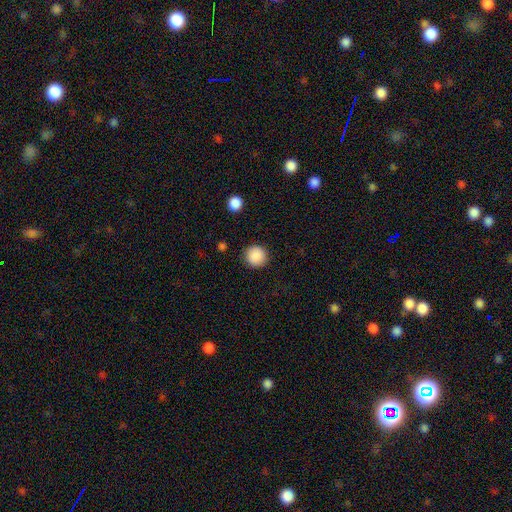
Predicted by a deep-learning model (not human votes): smooth-or-featured: smooth: 88% | star or artifact: 9% | featured or disk: 3%
  how-rounded: round: 95% | in between: 4% | cigar-shaped: 1%
  merging: none: 91% | minor disturbance: 6% | major disturbance: 2% | merger: 1%